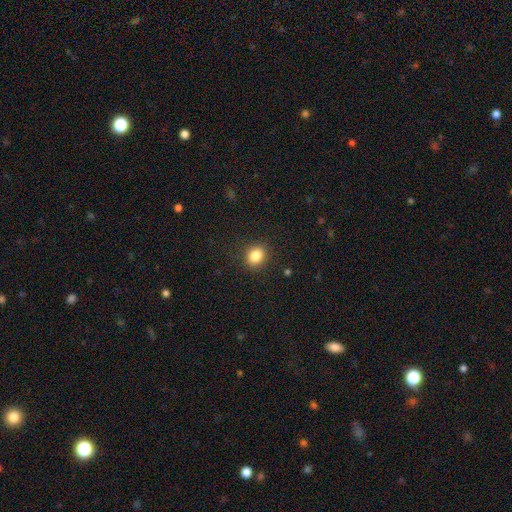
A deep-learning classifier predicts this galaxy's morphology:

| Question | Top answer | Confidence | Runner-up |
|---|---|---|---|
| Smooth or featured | smooth | 84% | star or artifact (10%) |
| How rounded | round | 64% | in between (35%) |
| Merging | none | 89% | minor disturbance (8%) |